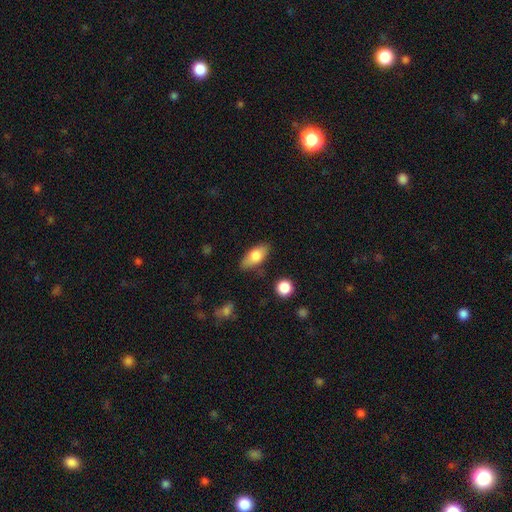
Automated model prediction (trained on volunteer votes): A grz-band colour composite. It shows a smooth galaxy with no disk features (72%) that is in between round and cigar-shaped (83%). Merging: none (80%).